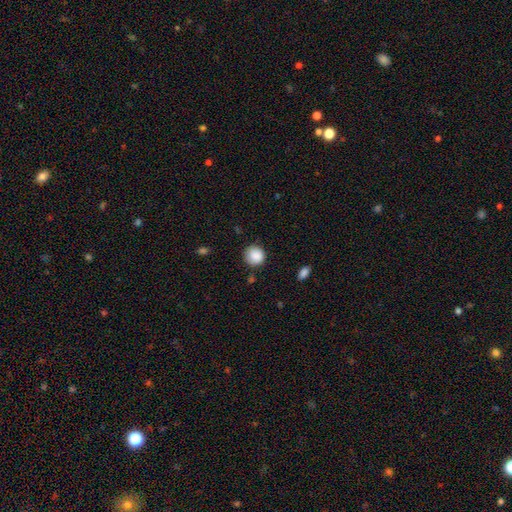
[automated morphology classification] Smooth or featured: smooth — 88% (star or artifact — 8%)
How rounded: round — 90% (in between — 9%)
Merging: none — 78% (minor disturbance — 16%)